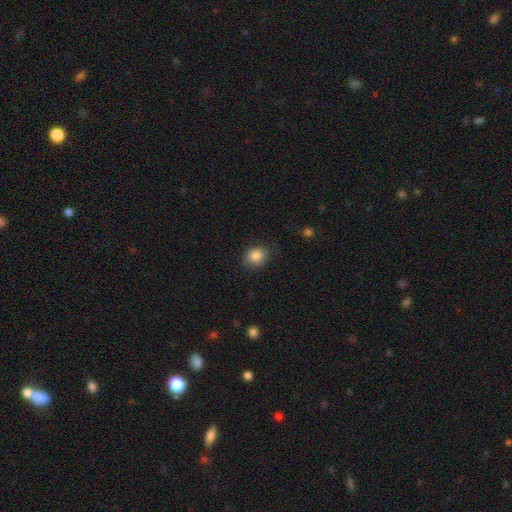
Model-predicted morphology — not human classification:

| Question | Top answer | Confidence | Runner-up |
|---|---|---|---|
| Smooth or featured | smooth | 85% | star or artifact (9%) |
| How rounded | round | 61% | in between (38%) |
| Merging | none | 80% | minor disturbance (15%) |